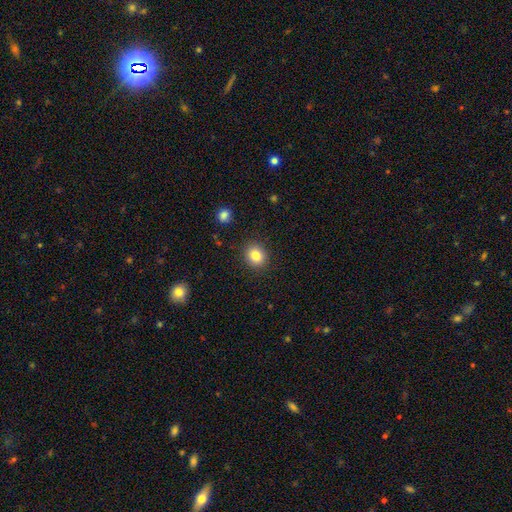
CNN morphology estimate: The model was most divided on "how rounded": round: 78%, in between: 22%, cigar-shaped: 1%. More confident: merging — none (89%); smooth or featured — smooth (83%).